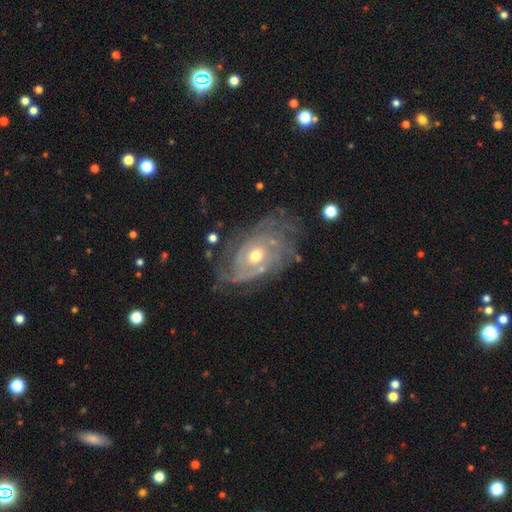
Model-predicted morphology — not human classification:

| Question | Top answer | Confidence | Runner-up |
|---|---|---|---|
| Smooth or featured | featured or disk | 85% | smooth (9%) |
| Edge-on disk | no | 95% | yes (5%) |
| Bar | no | 80% | weak (16%) |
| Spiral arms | yes | 88% | no (12%) |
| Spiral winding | tight | 68% | medium (24%) |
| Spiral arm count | can't tell | 44% | 2 (21%) |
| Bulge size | moderate | 64% | small (31%) |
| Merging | none | 63% | minor disturbance (22%) |